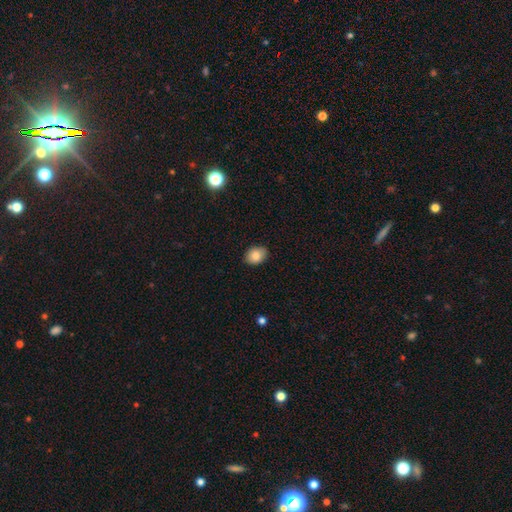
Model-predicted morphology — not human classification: Overall: smooth (84%). How rounded: in between (68%; round 31%). Merging: none (88%).